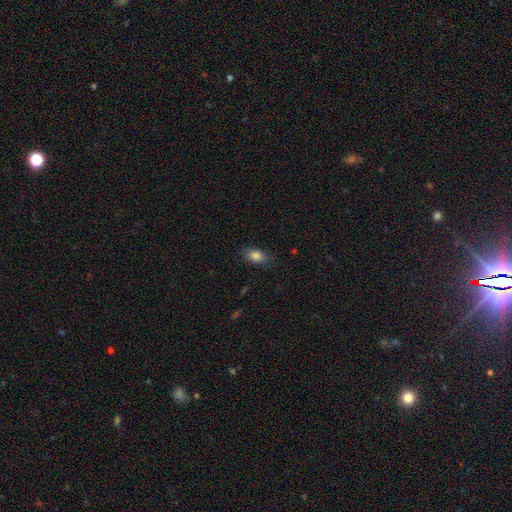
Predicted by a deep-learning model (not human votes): The model was most divided on "merging": none: 82%, minor disturbance: 14%, major disturbance: 3%, merger: 1%. More confident: how rounded — in between (85%); smooth or featured — smooth (84%).